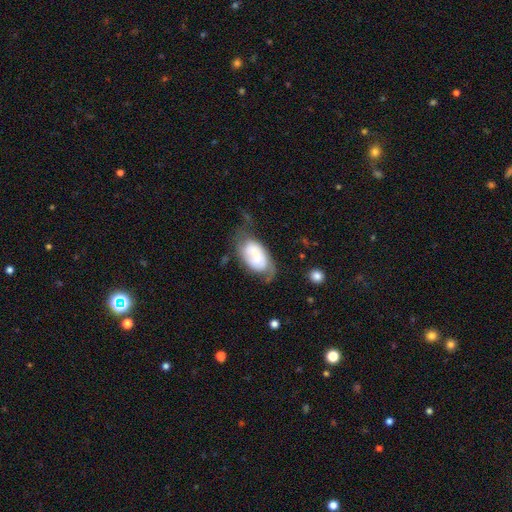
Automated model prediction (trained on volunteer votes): Smooth or featured: featured or disk — 52% (smooth — 40%)
Edge-on disk: no — 95% (yes — 5%)
Merging: none — 39% (minor disturbance — 31%)